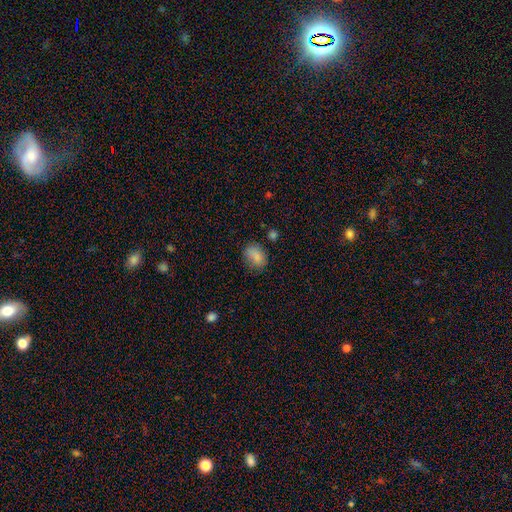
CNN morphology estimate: Overall: smooth (85%). How rounded: in between (72%). Merging: none (73%).